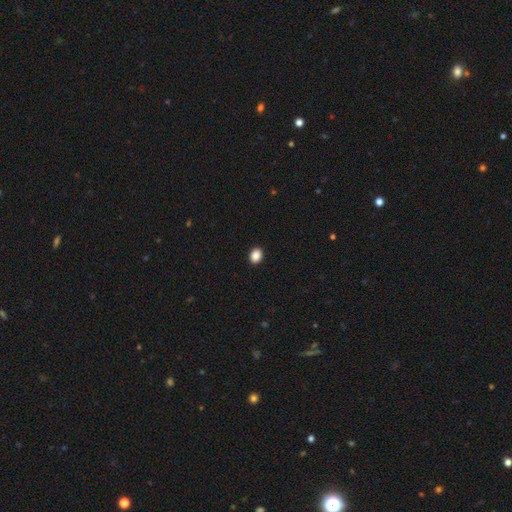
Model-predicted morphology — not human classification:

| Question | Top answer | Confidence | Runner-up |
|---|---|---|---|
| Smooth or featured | smooth | 88% | star or artifact (9%) |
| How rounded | in between | 55% | round (44%) |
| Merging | none | 92% | minor disturbance (5%) |